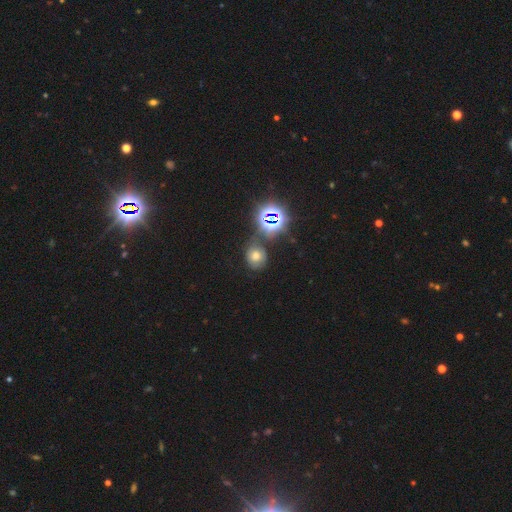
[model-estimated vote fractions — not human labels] This is possibly a smooth galaxy (50%). Merging: possibly none (58%).